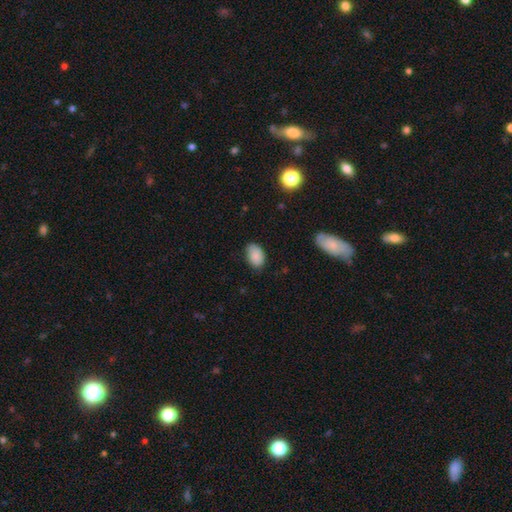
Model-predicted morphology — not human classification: The model was most divided on "merging": none: 76%, minor disturbance: 19%, major disturbance: 3%, merger: 1%. More confident: how rounded — in between (89%); smooth or featured — smooth (87%).